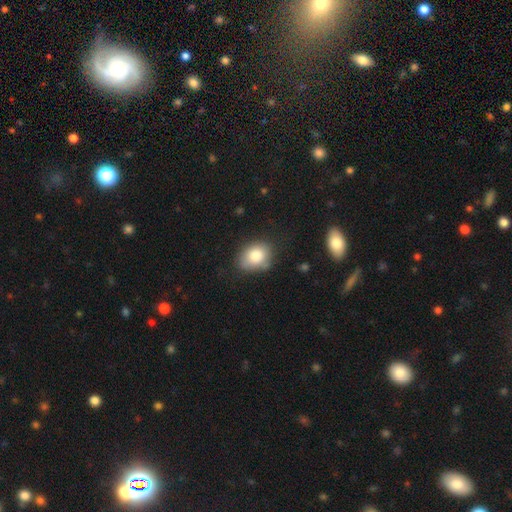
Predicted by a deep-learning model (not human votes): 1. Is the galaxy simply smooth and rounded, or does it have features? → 81% smooth, 11% featured or disk, 8% star or artifact.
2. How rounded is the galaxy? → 61% in between, 38% round, 1% cigar-shaped.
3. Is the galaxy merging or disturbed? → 71% none, 22% minor disturbance, 5% major disturbance, 3% merger.